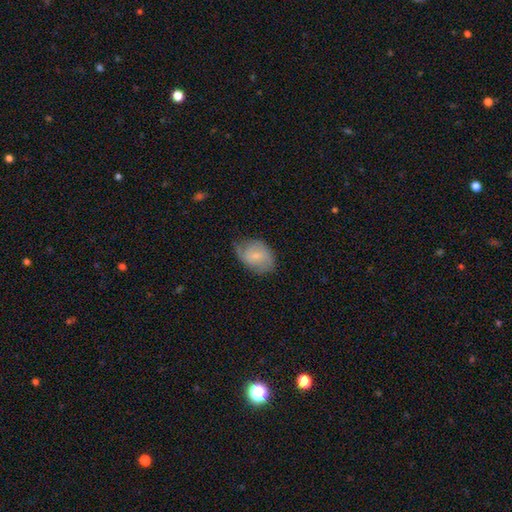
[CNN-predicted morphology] A featured or disk galaxy (46%, tied with smooth).

Vote fractions:
- Smooth or featured? featured or disk: 46% (tied) / smooth: 46% (tied) / star or artifact: 7%
- Merging? none: 56% / minor disturbance: 33% / major disturbance: 10% / merger: 1%